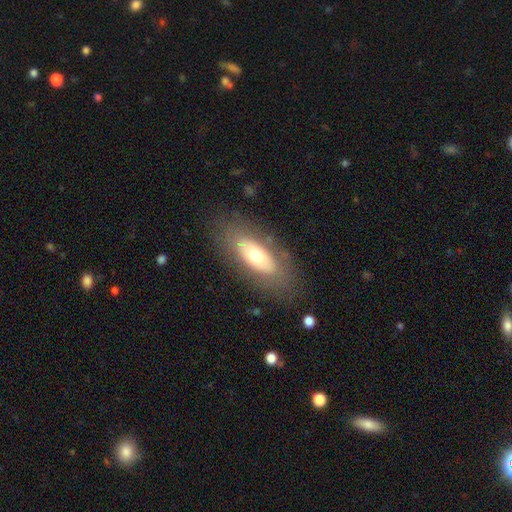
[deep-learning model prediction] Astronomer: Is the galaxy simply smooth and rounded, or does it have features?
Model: smooth — 54% (runner-up: featured or disk, 38%).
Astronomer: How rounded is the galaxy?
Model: in between — 78%.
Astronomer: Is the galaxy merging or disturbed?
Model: none — 78%.